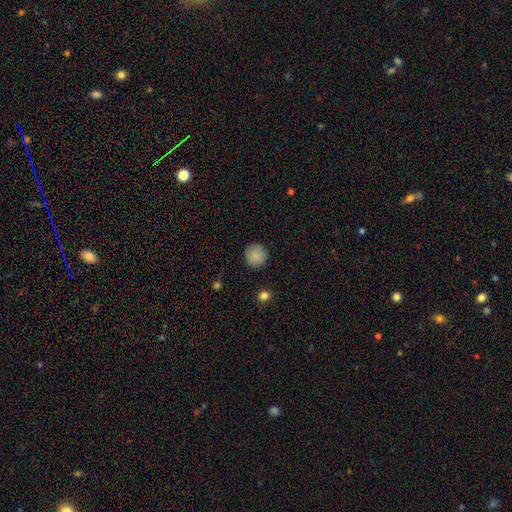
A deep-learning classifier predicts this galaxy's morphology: smooth 86%, star or artifact 8%, featured or disk 6%. Down the decision tree: how rounded — round (93%); merging — none (88%).